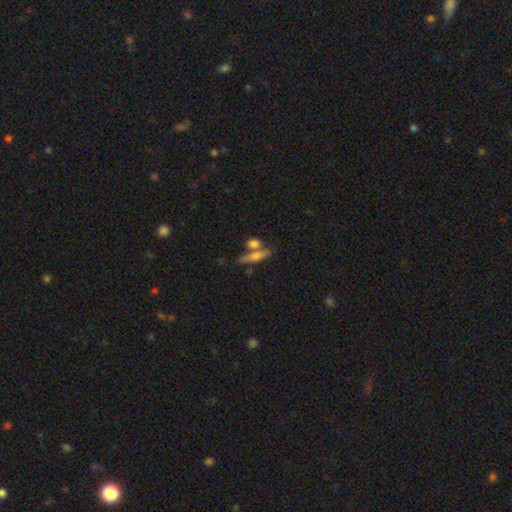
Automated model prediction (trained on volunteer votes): Q: Smooth or featured?
A: smooth (57%); runner-up: featured or disk (34%)
Q: How rounded?
A: cigar-shaped (67%); runner-up: in between (27%)
Q: Merging?
A: none (58%); runner-up: merger (28%)